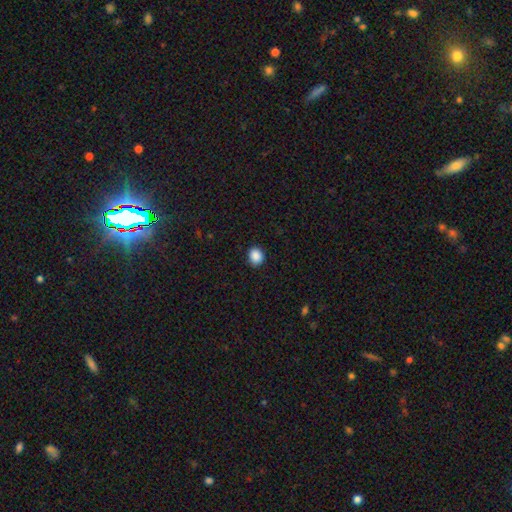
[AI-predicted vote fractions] Smooth or featured?
  - smooth: 89% *
  - star or artifact: 9%
  - featured or disk: 2%
How rounded?
  - round: 71% *
  - in between: 29%
  - cigar-shaped: 1%
Merging?
  - none: 90% *
  - minor disturbance: 7%
  - major disturbance: 2%
  - merger: 1%